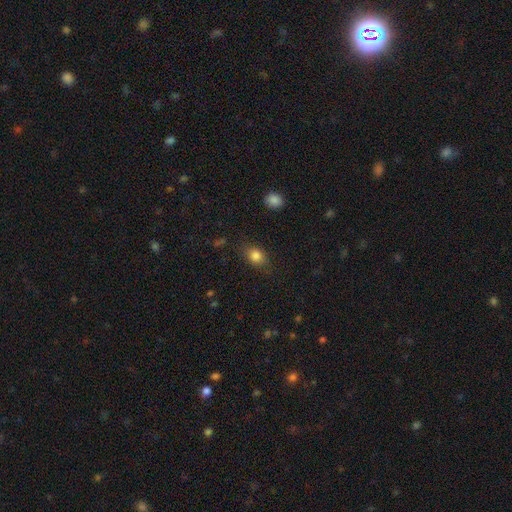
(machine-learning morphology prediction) Smooth or featured? Predicted: smooth (p=0.83). How rounded? Predicted: in between (p=0.57). Merging? Predicted: none (p=0.78).